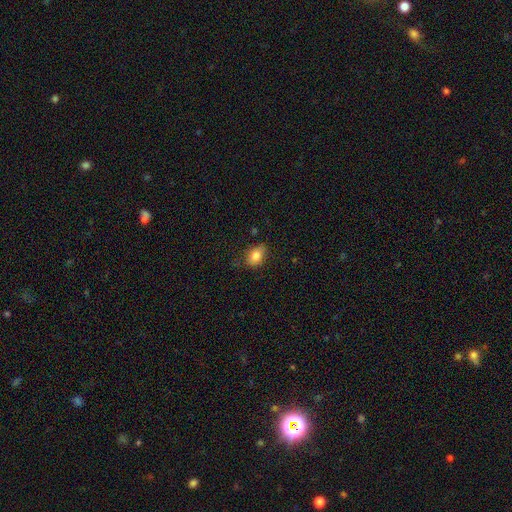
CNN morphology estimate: This is clearly a smooth galaxy (83%). How rounded: clearly in between (80%). Merging: likely none (76%).